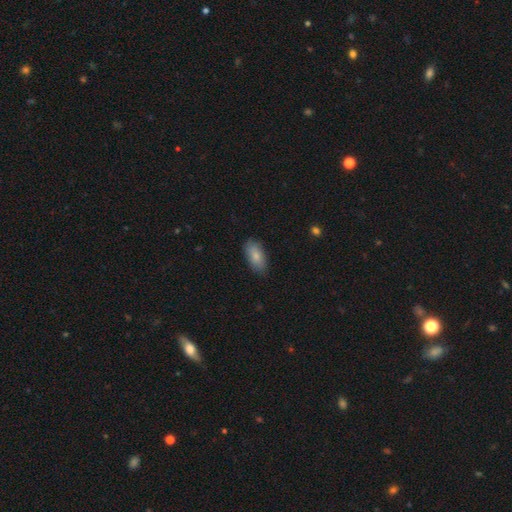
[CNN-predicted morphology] type=smooth (84%); roundness=in between (91%); merging=none (83%).